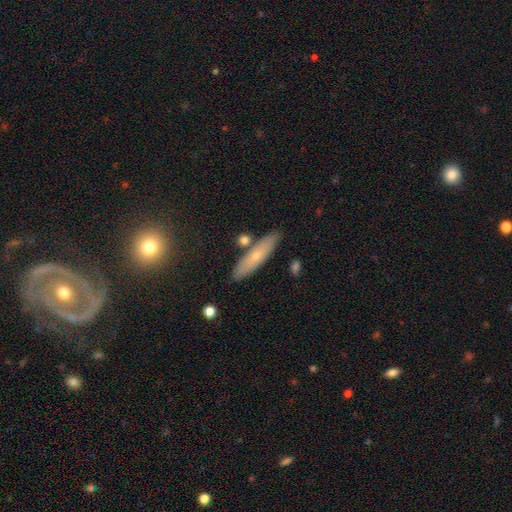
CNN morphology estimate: Smooth or featured?
  - smooth: 60% *
  - featured or disk: 32%
  - star or artifact: 8%
How rounded?
  - cigar-shaped: 75% *
  - in between: 23%
  - round: 2%
Merging?
  - none: 82% *
  - minor disturbance: 10%
  - merger: 6%
  - major disturbance: 2%